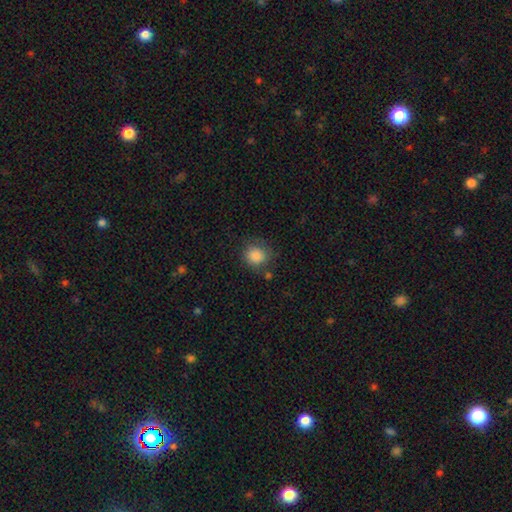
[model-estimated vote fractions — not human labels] The model was most divided on "merging": none: 74%, minor disturbance: 16%, major disturbance: 6%, merger: 3%. More confident: smooth or featured — smooth (86%); how rounded — round (84%).